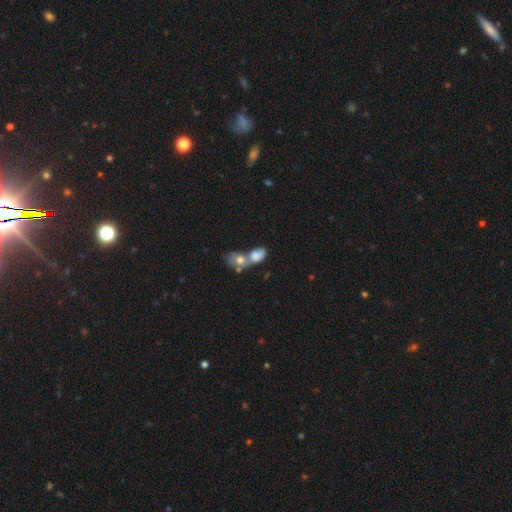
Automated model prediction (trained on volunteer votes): A smooth galaxy with no disk features (72%) that is in between round and cigar-shaped (76%). Merging: merger (75%).